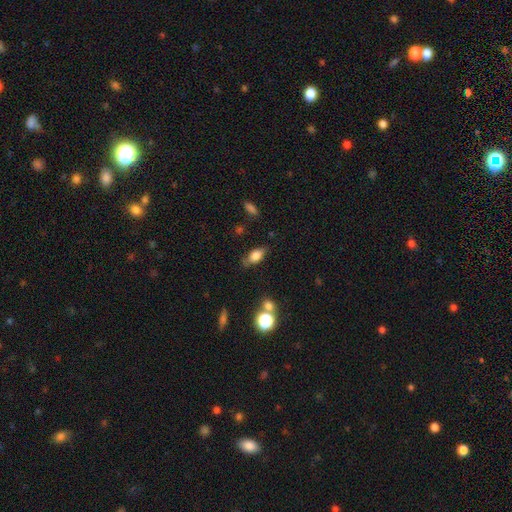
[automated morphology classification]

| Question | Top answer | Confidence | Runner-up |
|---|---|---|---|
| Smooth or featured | smooth | 70% | featured or disk (20%) |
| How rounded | in between | 78% | cigar-shaped (15%) |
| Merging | none | 72% | minor disturbance (19%) |